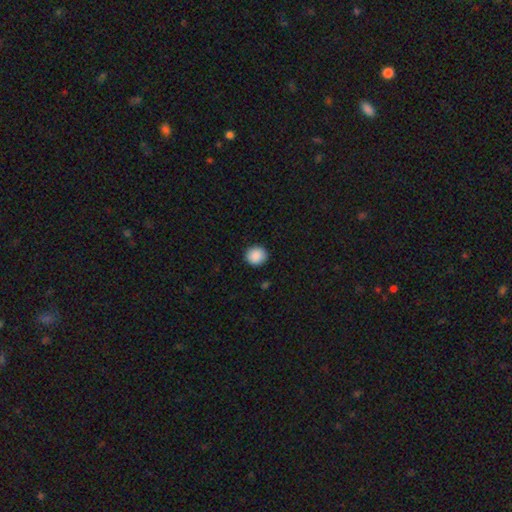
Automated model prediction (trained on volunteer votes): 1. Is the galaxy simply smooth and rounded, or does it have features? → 89% smooth, 8% star or artifact, 2% featured or disk.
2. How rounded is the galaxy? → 88% round, 11% in between, 1% cigar-shaped.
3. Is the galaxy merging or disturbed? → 91% none, 6% minor disturbance, 2% major disturbance, 1% merger.